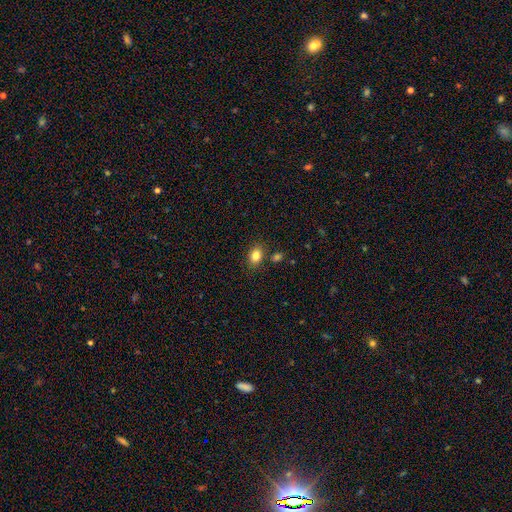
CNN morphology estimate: Smooth or featured? smooth (84%)
How rounded? in between (70%)
Merging? none (79%)